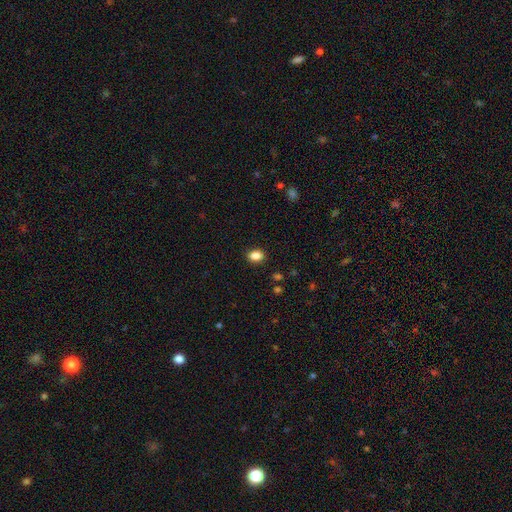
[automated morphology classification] This appears to be a smooth galaxy with no disk features (86%) that is in between round and cigar-shaped (73%). Merging: none (89%).